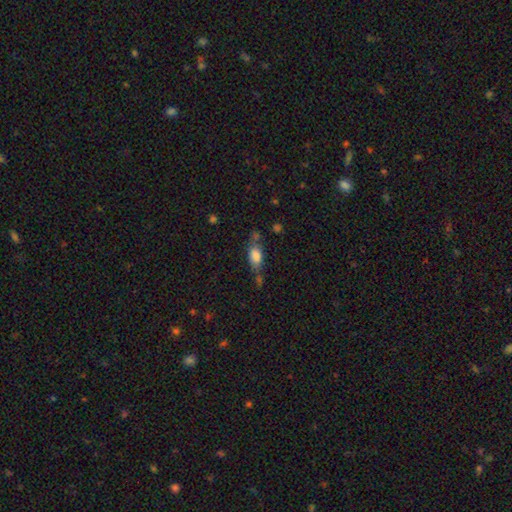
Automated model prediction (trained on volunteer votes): This is likely a smooth galaxy (78%). How rounded: clearly in between (85%). Merging: marginally none (43%).